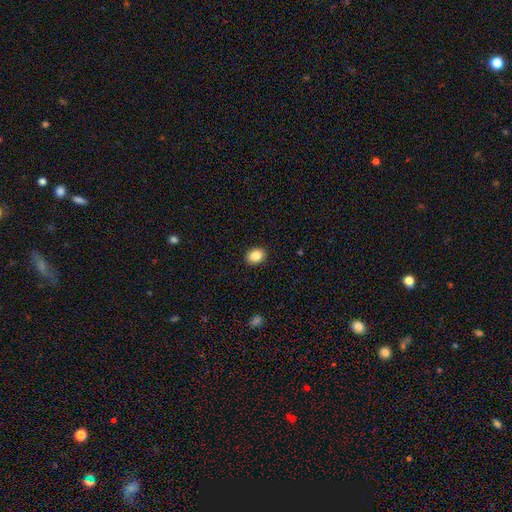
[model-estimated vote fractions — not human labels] This is clearly a smooth galaxy (88%). How rounded: likely in between (69%). Merging: clearly none (91%).